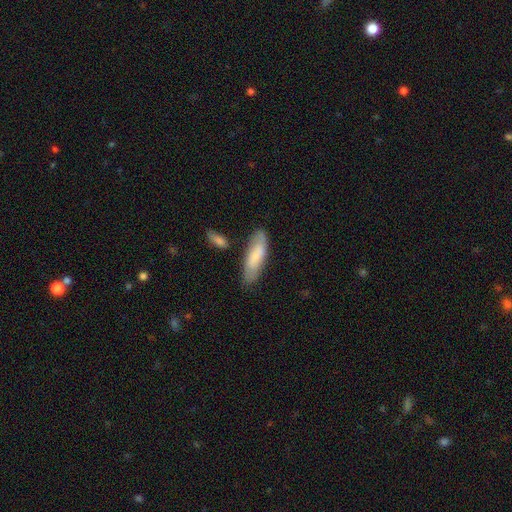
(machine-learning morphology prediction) smooth_or_featured: smooth (p=0.72) [alt: featured or disk p=0.22]
how_rounded: in between (p=0.52) [alt: cigar-shaped p=0.46]
merging: none (p=0.72) [alt: minor disturbance p=0.18]